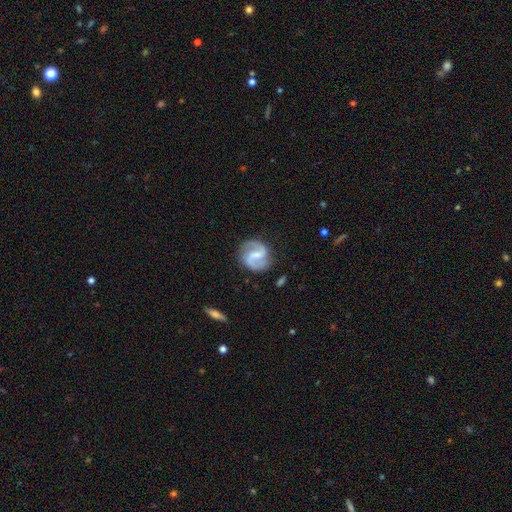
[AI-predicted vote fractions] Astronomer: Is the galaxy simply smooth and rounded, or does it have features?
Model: featured or disk — 87%.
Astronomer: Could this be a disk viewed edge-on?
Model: no — 98%.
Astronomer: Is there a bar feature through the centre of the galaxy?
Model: weak — 50% (runner-up: strong, 26%).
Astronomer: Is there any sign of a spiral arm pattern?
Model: yes — 97%.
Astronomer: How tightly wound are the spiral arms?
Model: medium — 54%.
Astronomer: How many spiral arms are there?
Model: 2 — 93%.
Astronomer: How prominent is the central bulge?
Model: small — 48% (runner-up: moderate, 36%).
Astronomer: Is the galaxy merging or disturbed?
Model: none — 83%.